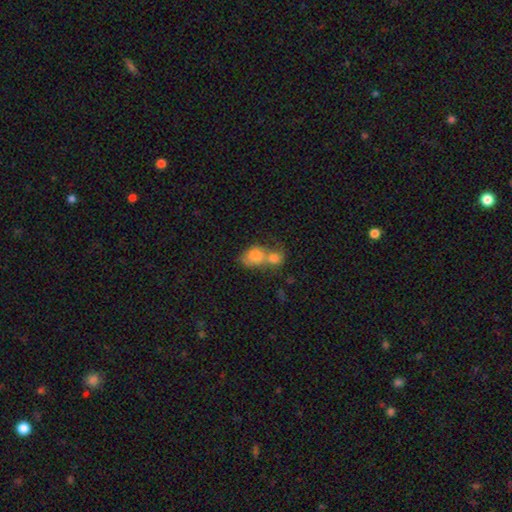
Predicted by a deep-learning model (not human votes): A smooth galaxy with no disk features (78%) that is round (50%).

Vote fractions:
- Smooth or featured? smooth: 78% / featured or disk: 13% / star or artifact: 9%
- How rounded? round: 50% / in between: 49% / cigar-shaped: 1%
- Merging? merger: 67% / none: 22% / minor disturbance: 7% / major disturbance: 4%